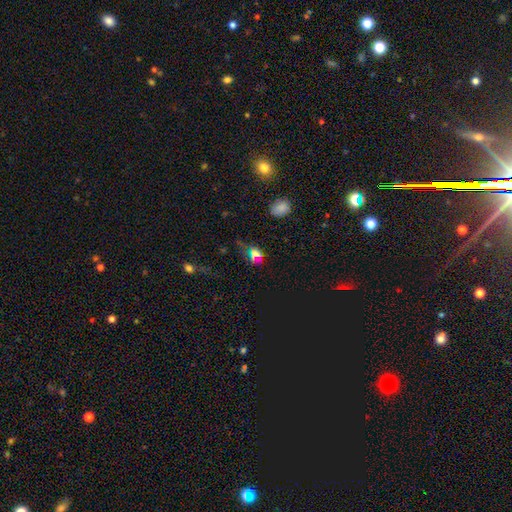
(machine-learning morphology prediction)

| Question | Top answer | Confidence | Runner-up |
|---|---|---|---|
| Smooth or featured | star or artifact | 52% | smooth (39%) |